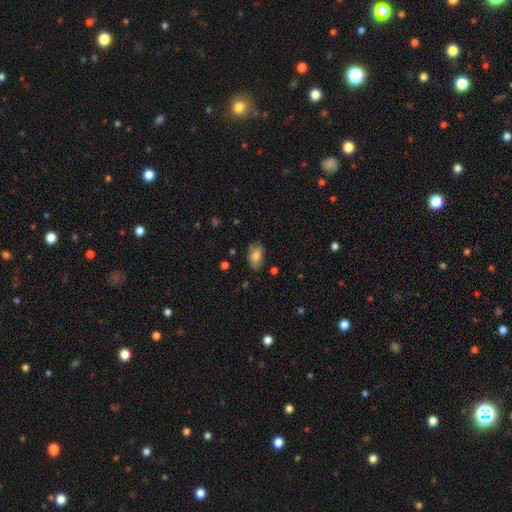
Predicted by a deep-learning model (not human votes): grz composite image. It shows a smooth galaxy with no disk features (77%) that is in between round and cigar-shaped (91%). Merging: none (75%).